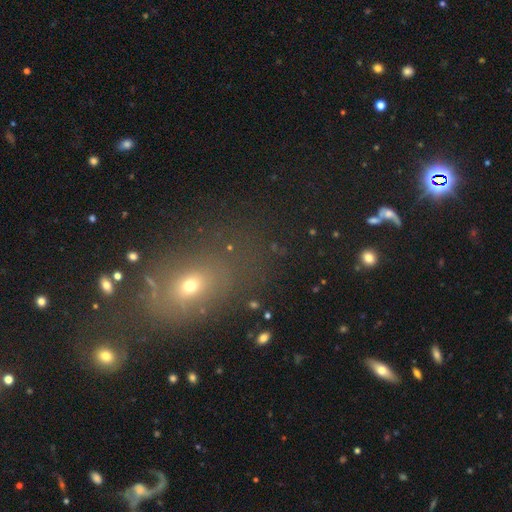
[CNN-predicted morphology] smooth 49%, star or artifact 32%, featured or disk 18%. Down the decision tree: merging — none (75%).